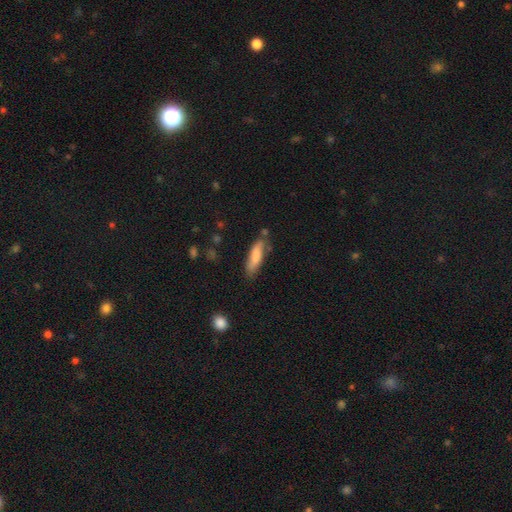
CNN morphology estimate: This appears to be a smooth galaxy with no disk features (77%) that is cigar-shaped (59%). Merging: none (65%).